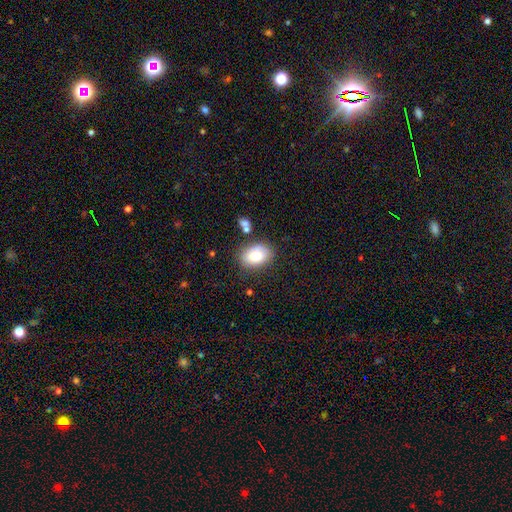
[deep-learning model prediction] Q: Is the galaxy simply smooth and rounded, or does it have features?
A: smooth — 78%.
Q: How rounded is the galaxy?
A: in between — 81%.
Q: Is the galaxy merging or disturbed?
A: none — 74%.